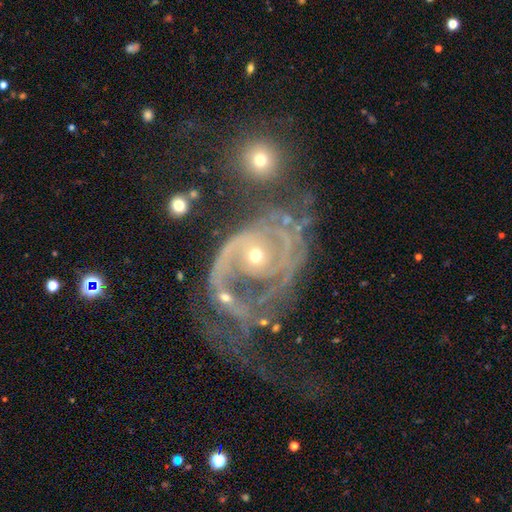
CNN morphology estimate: type=featured or disk (85%); edge-on=no (97%); bar=no (72%); spiral arms=yes (88%); winding=tight (43%); arm count=2 (37%); bulge=small (55%); merging=major disturbance (49%).